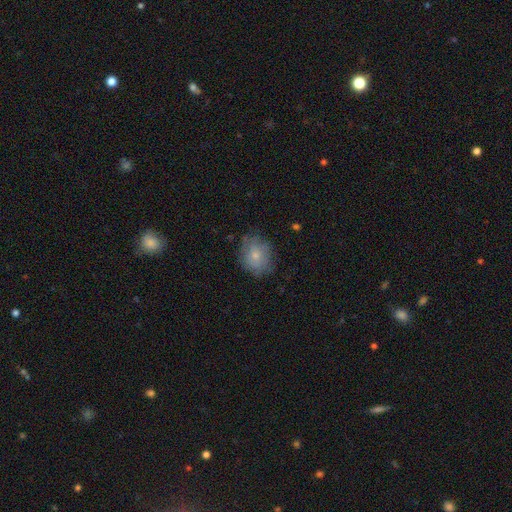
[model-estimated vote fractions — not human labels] Overall: smooth (65%; featured or disk 26%). How rounded: round (55%; in between 44%). Merging: none (66%).